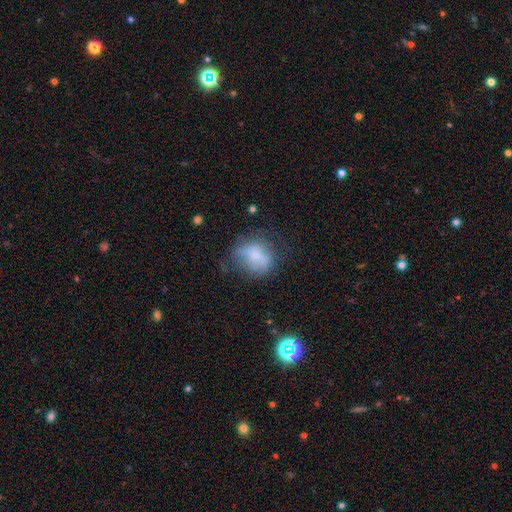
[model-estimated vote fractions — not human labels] Smooth or featured?
  - smooth: 61% *
  - featured or disk: 28%
  - star or artifact: 11%
How rounded?
  - round: 49% * (tied)
  - in between: 49% * (tied)
  - cigar-shaped: 2%
Merging?
  - none: 44% *
  - minor disturbance: 30%
  - major disturbance: 23%
  - merger: 3%